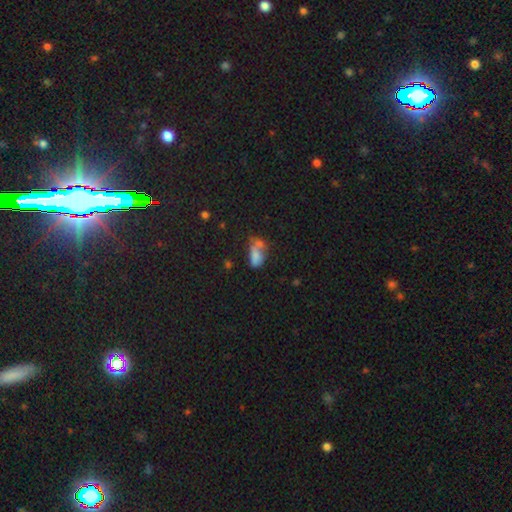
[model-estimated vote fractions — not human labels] A smooth galaxy with no disk features (67%) that is in between round and cigar-shaped (85%). Merging: merger (42%).